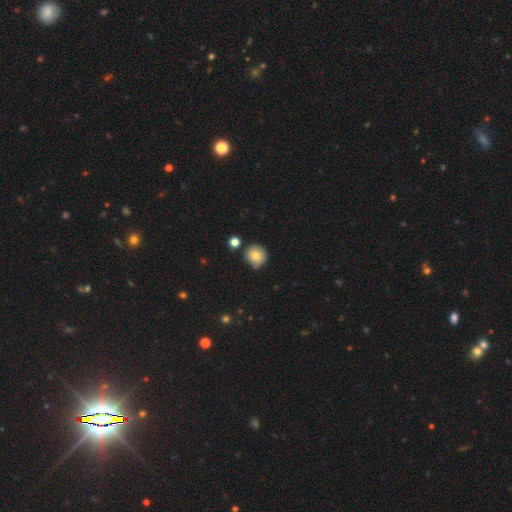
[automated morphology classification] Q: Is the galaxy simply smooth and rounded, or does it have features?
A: smooth — 80%.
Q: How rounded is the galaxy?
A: round — 92%.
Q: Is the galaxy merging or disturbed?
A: none — 80%.